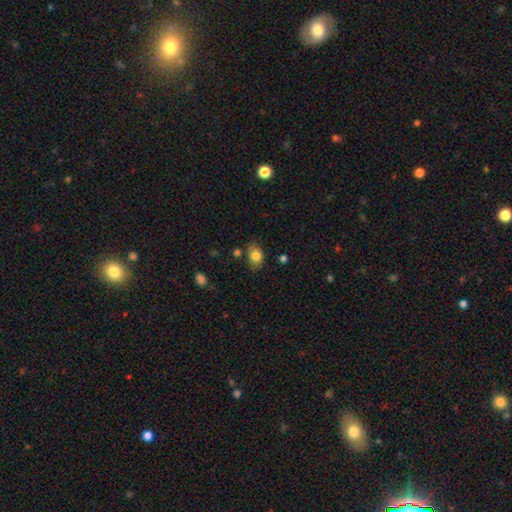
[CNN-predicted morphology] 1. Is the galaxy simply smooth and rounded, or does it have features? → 81% smooth, 10% featured or disk, 9% star or artifact.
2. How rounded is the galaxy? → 74% in between, 24% round, 1% cigar-shaped.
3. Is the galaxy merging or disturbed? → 72% none, 19% minor disturbance, 5% major disturbance, 4% merger.